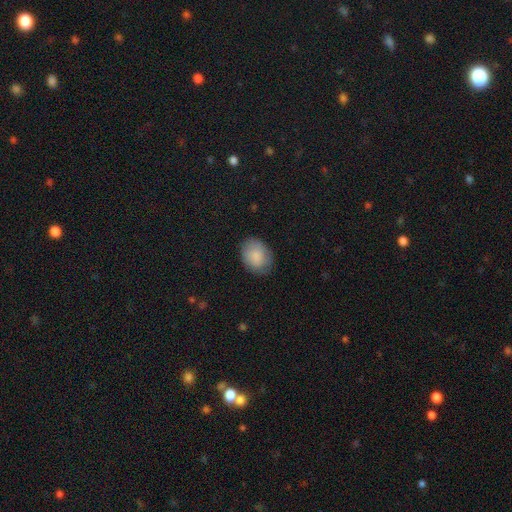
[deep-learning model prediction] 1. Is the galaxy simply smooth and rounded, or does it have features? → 87% smooth, 7% featured or disk, 6% star or artifact.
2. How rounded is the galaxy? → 65% in between, 34% round, 1% cigar-shaped.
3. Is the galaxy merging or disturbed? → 78% none, 17% minor disturbance, 4% major disturbance, 1% merger.